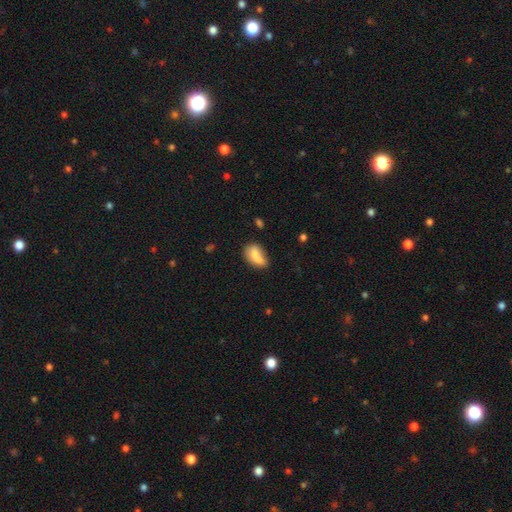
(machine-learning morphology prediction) A smooth galaxy with no disk features (74%) that is in between round and cigar-shaped (83%).

Vote fractions:
- Smooth or featured? smooth: 74% / featured or disk: 17% / star or artifact: 9%
- How rounded? in between: 83% / round: 10% / cigar-shaped: 7%
- Merging? none: 38% / merger: 26% / minor disturbance: 25% / major disturbance: 12%